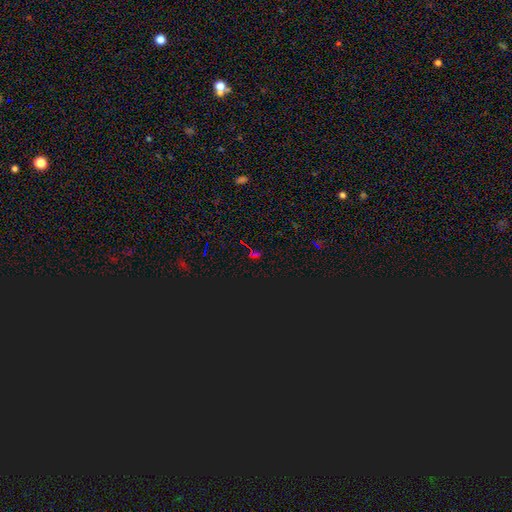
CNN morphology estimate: Smooth or featured?
  - star or artifact: 74% *
  - smooth: 17%
  - featured or disk: 9%